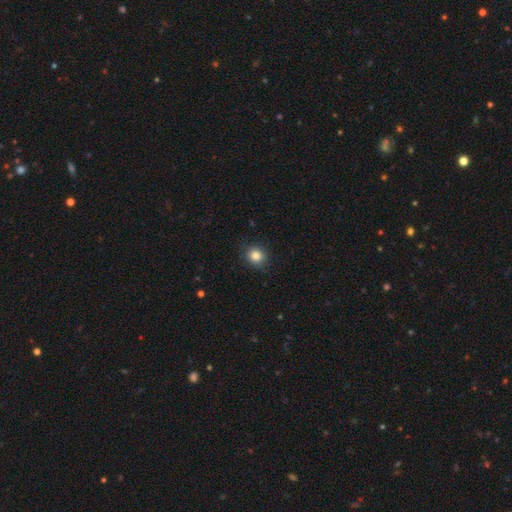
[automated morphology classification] smooth_or_featured: smooth (p=0.84) [alt: star or artifact p=0.11]
how_rounded: round (p=0.81) [alt: in between p=0.18]
merging: none (p=0.87) [alt: minor disturbance p=0.10]